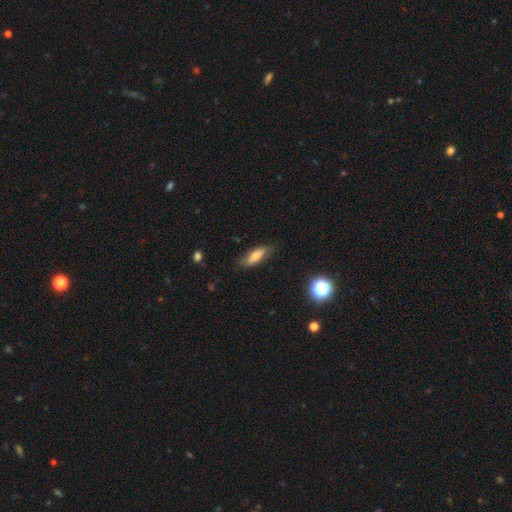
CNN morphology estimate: This appears to be a smooth galaxy with no disk features (62%) that is in between round and cigar-shaped (56%). Merging: none (80%).